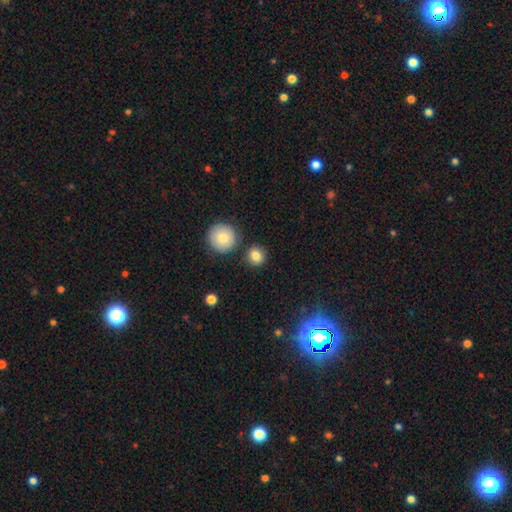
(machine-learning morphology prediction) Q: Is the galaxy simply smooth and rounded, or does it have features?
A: smooth — 83%.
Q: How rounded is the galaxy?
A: round — 89%.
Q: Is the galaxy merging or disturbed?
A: none — 83%.